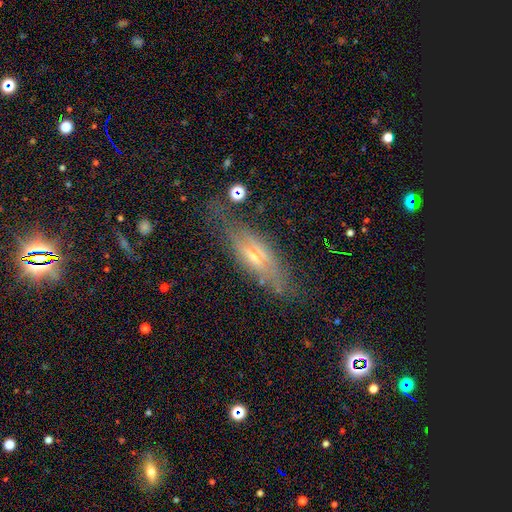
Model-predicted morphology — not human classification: Smooth or featured: featured or disk — 62% (smooth — 28%)
Edge-on disk: yes — 77% (no — 23%)
Merging: none — 71% (minor disturbance — 19%)